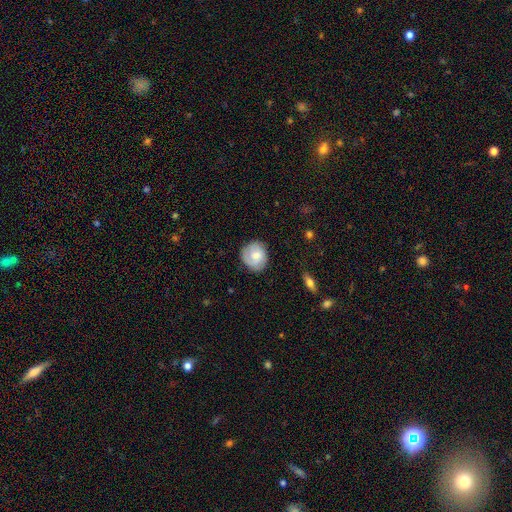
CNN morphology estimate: Overall: smooth (62%; featured or disk 31%). How rounded: round (79%). Merging: none (74%).